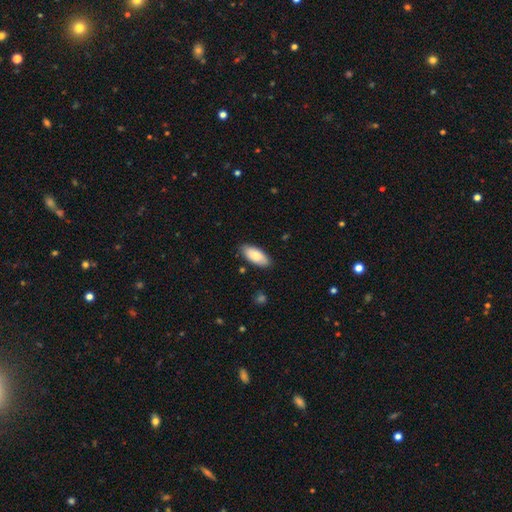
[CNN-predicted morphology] Smooth or featured? Predicted: smooth (p=0.80). How rounded? Predicted: in between (p=0.88). Merging? Predicted: none (p=0.86).